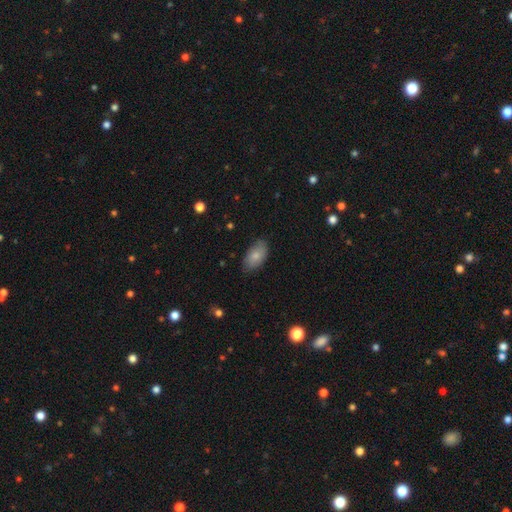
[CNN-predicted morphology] Smooth or featured? Predicted: smooth (p=0.79). How rounded? Predicted: in between (p=0.94). Merging? Predicted: none (p=0.80).